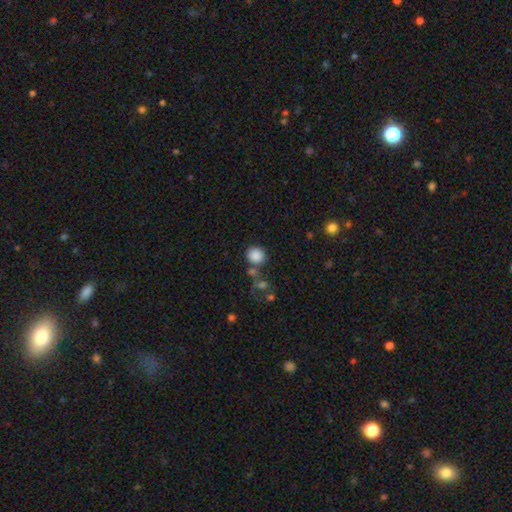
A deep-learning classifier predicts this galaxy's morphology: smooth-or-featured: smooth: 86% | star or artifact: 10% | featured or disk: 5%
  how-rounded: round: 84% | in between: 15% | cigar-shaped: 1%
  merging: none: 66% | merger: 15% | minor disturbance: 13% | major disturbance: 5%